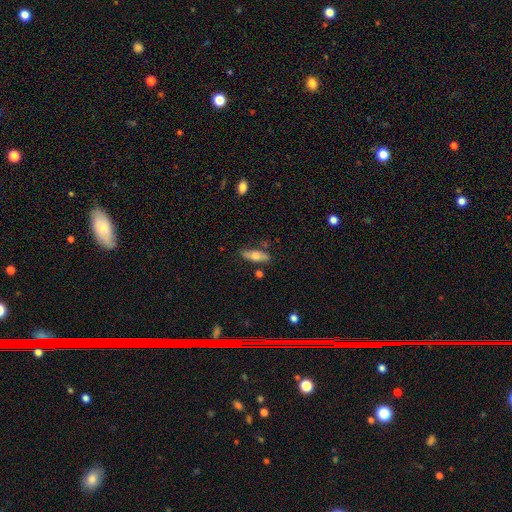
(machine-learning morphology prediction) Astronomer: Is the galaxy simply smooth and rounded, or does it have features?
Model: smooth — 59% (runner-up: featured or disk, 34%).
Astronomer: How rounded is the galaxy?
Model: in between — 55% (runner-up: cigar-shaped, 42%).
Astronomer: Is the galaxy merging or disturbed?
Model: none — 76%.